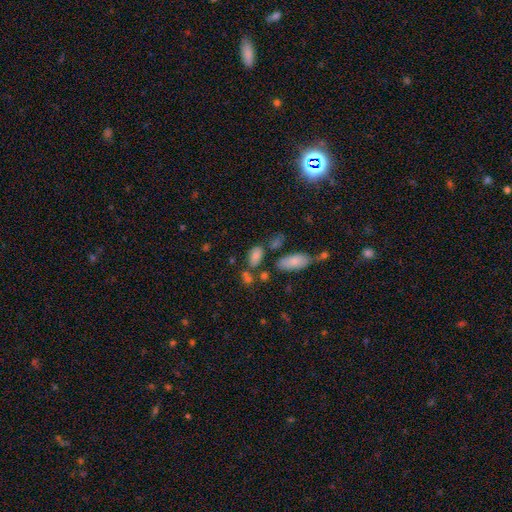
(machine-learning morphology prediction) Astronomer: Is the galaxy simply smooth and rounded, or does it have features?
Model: smooth — 74%.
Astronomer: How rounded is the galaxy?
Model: in between — 85%.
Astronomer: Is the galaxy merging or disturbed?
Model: none — 56%.